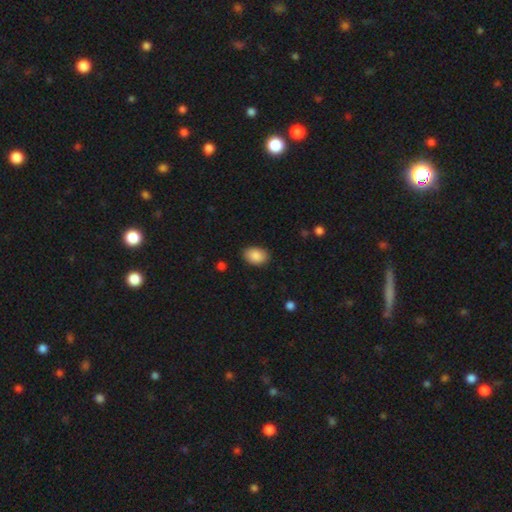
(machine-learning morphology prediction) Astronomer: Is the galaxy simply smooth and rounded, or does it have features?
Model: smooth — 89%.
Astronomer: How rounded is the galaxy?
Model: in between — 85%.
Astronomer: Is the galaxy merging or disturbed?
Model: none — 87%.